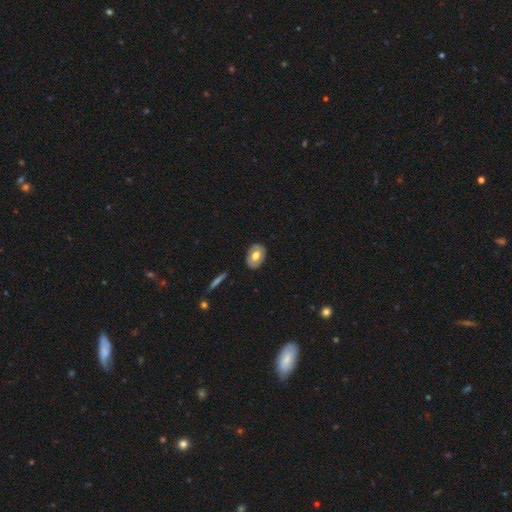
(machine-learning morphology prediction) A smooth galaxy with no disk features (60%) that is in between round and cigar-shaped (78%). Merging: none (87%).